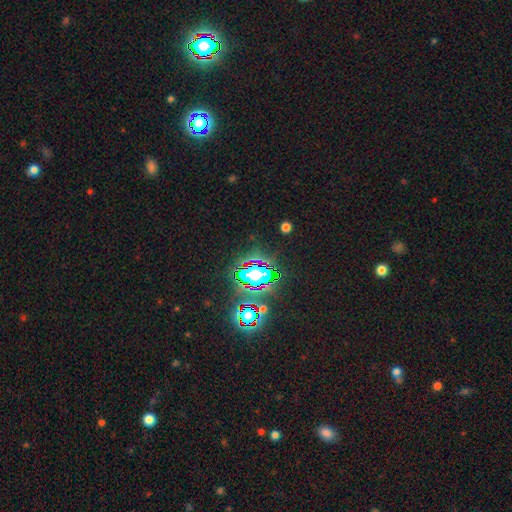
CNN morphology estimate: Overall: star or artifact (76%).